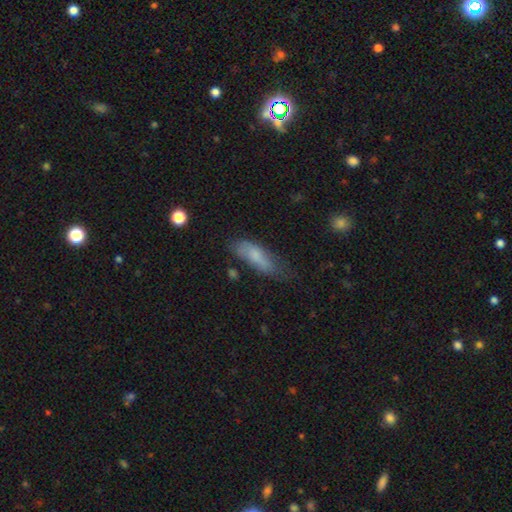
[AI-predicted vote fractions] A smooth galaxy with no disk features (74%) that is in between round and cigar-shaped (61%).

Vote fractions:
- Smooth or featured? smooth: 74% / featured or disk: 18% / star or artifact: 7%
- How rounded? in between: 61% / cigar-shaped: 37% / round: 2%
- Merging? none: 45% / minor disturbance: 36% / major disturbance: 16% / merger: 4%